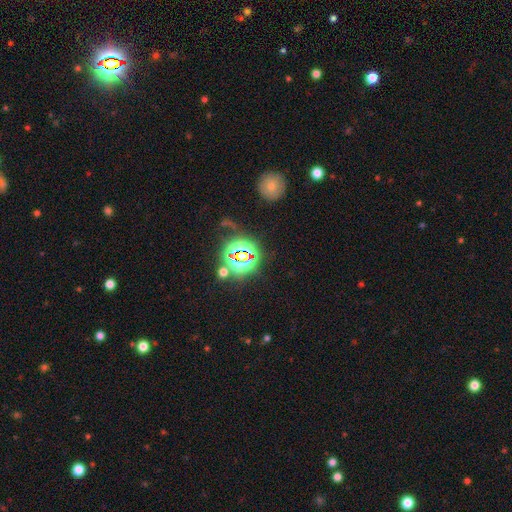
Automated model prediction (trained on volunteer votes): Morphology: type=star or artifact (82%).